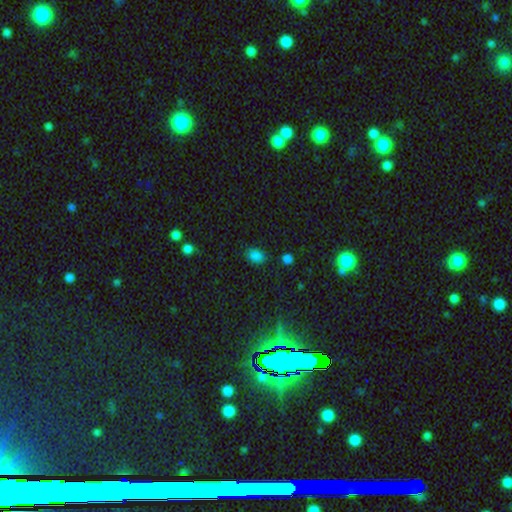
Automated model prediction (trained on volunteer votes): This appears to be a smooth galaxy with no disk features (81%) that is in between round and cigar-shaped (78%). Merging: none (80%).